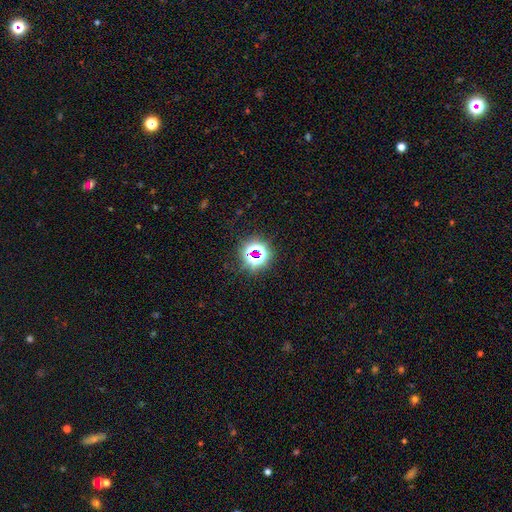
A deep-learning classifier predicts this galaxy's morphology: Smooth or featured: star or artifact — 70% (smooth — 20%)